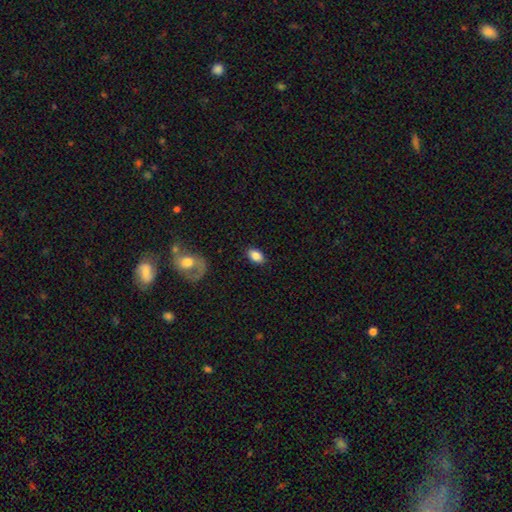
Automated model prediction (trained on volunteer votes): Overall: smooth (84%). How rounded: in between (90%). Merging: none (87%).